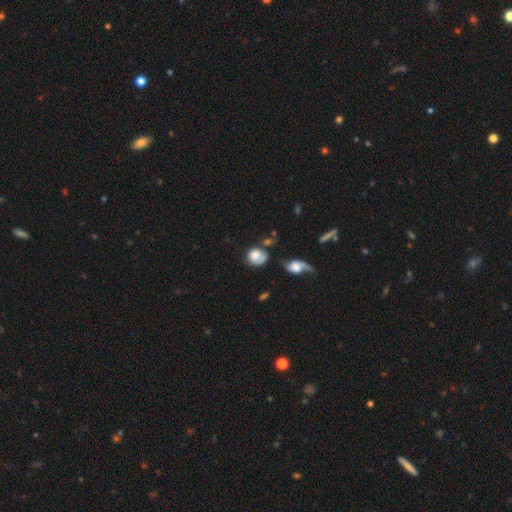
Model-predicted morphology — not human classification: Smooth or featured? smooth (72%)
How rounded? round (72%)
Merging? none (39%)